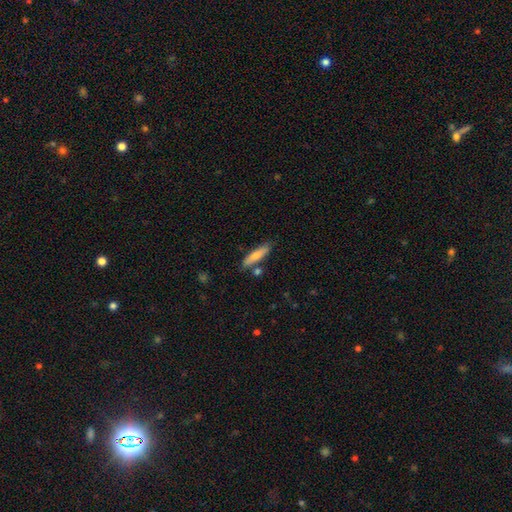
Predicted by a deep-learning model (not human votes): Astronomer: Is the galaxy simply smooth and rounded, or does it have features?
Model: smooth — 70%.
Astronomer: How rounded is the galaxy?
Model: cigar-shaped — 76%.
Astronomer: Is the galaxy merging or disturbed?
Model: none — 78%.